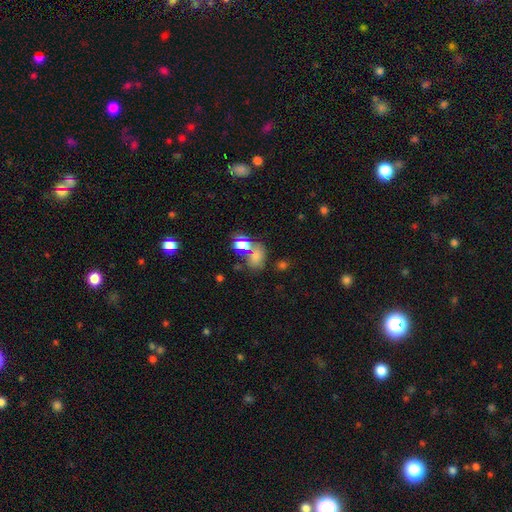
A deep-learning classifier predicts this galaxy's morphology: Q: Smooth or featured?
A: smooth (64%); runner-up: star or artifact (26%)
Q: How rounded?
A: in between (68%); runner-up: round (31%)
Q: Merging?
A: none (49%); runner-up: merger (27%)